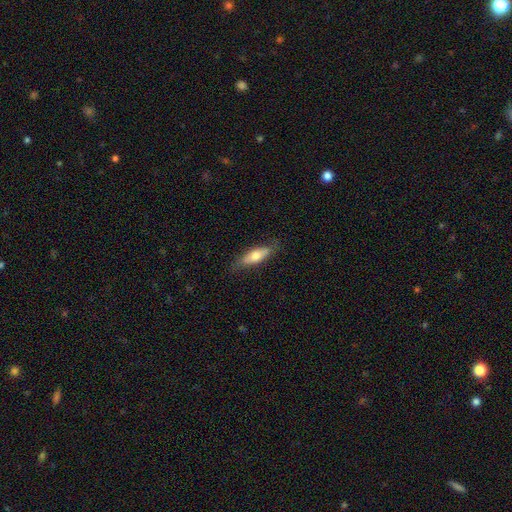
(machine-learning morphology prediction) This appears to be a smooth galaxy with no disk features (64%) that is in between round and cigar-shaped (53%). Merging: none (81%).